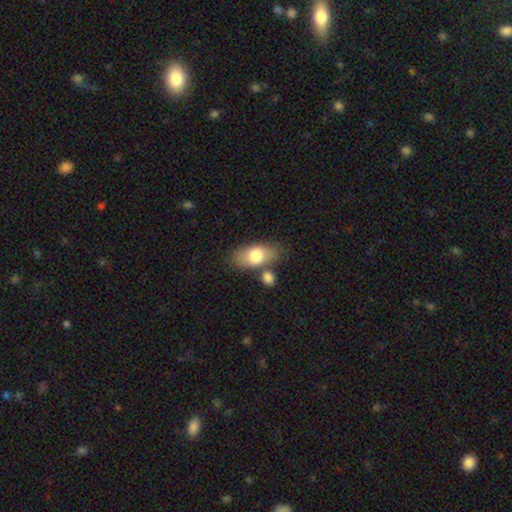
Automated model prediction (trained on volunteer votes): Smooth or featured? Predicted: smooth (p=0.75). How rounded? Predicted: in between (p=0.88). Merging? Predicted: none (p=0.62).